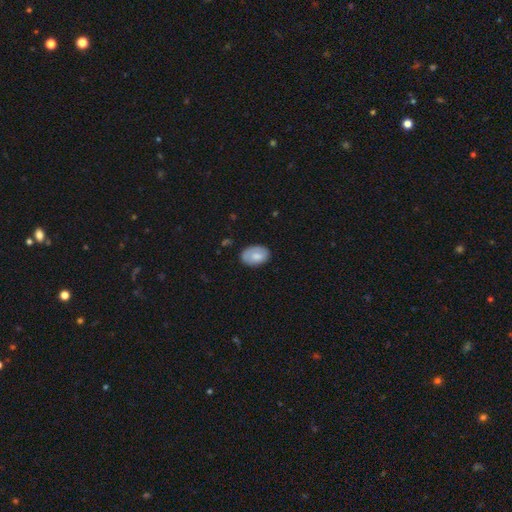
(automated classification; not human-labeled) Smooth or featured? Predicted: smooth (p=0.72). How rounded? Predicted: in between (p=0.86). Merging? Predicted: none (p=0.73).